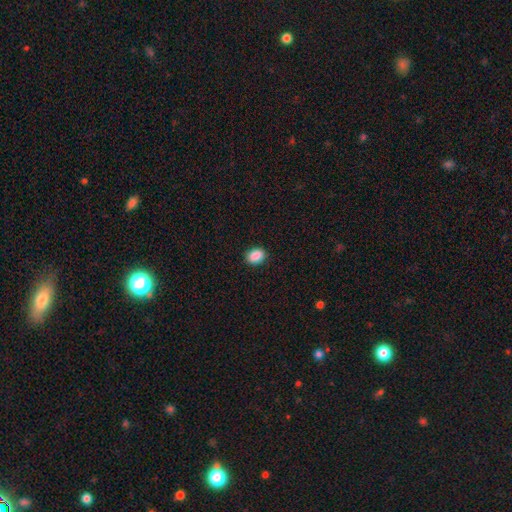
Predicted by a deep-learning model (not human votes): Morphology: type=smooth (89%); roundness=in between (67%); merging=none (90%).